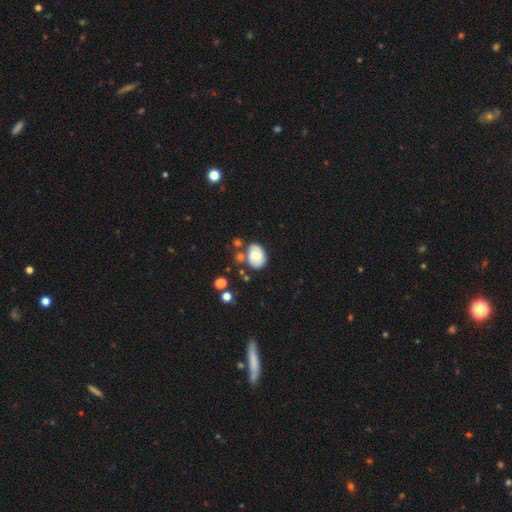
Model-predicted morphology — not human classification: type=smooth (58%); roundness=in between (74%); merging=none (58%).